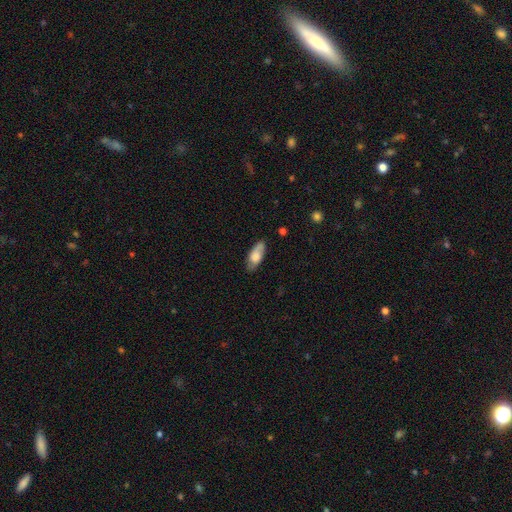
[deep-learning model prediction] smooth_or_featured: smooth (p=0.64) [alt: featured or disk p=0.30]
how_rounded: in between (p=0.76) [alt: cigar-shaped p=0.21]
merging: none (p=0.75) [alt: minor disturbance p=0.19]